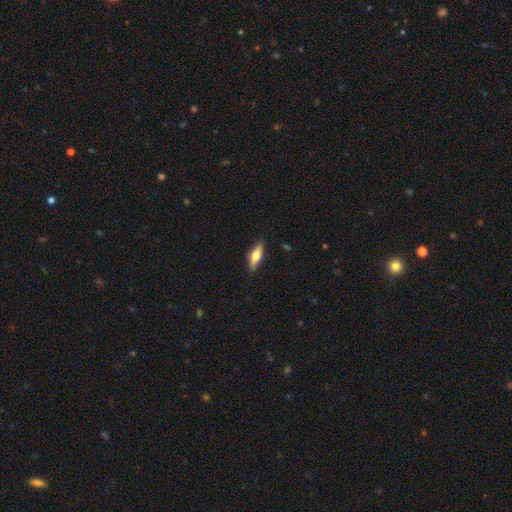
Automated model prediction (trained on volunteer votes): This is possibly a smooth galaxy (59%). How rounded: possibly in between (52%). Merging: clearly none (86%).